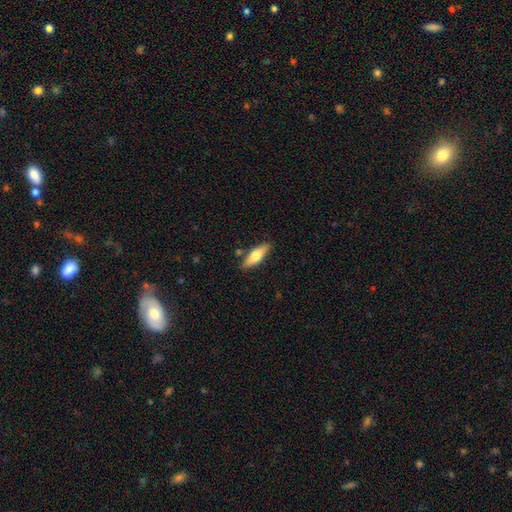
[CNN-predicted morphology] Smooth or featured?
  - smooth: 60% *
  - featured or disk: 34%
  - star or artifact: 6%
How rounded?
  - in between: 54% *
  - cigar-shaped: 43%
  - round: 2%
Merging?
  - none: 82% *
  - minor disturbance: 12%
  - merger: 4%
  - major disturbance: 2%